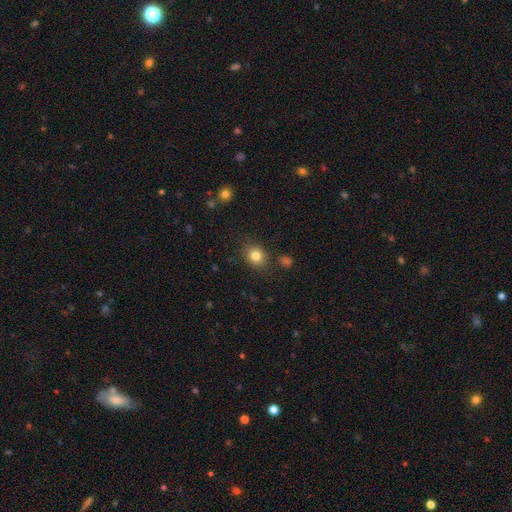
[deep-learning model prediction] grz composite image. It shows a smooth galaxy with no disk features (81%) that is round (57%). Merging: none (82%).